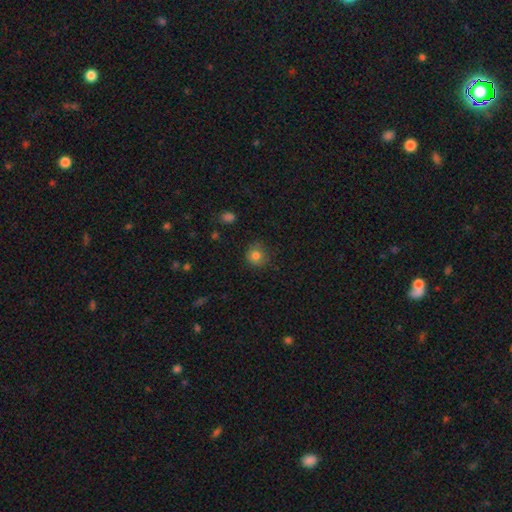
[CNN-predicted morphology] A smooth galaxy with no disk features (82%) that is round (90%).

Vote fractions:
- Smooth or featured? smooth: 82% / star or artifact: 12% / featured or disk: 6%
- How rounded? round: 90% / in between: 9% / cigar-shaped: 1%
- Merging? none: 81% / minor disturbance: 14% / major disturbance: 3% / merger: 1%